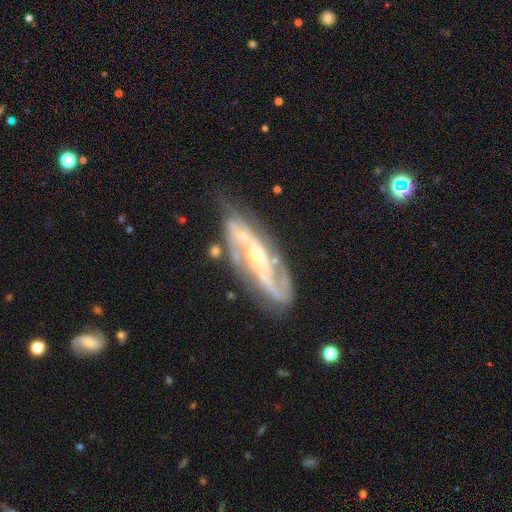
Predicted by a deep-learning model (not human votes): Smooth or featured? featured or disk (88%)
Edge-on disk? no (89%)
Bar? no (47%)
Spiral arms? yes (97%)
Spiral winding? medium (48%)
Spiral arm count? 2 (69%)
Bulge size? small (50%)
Merging? none (68%)